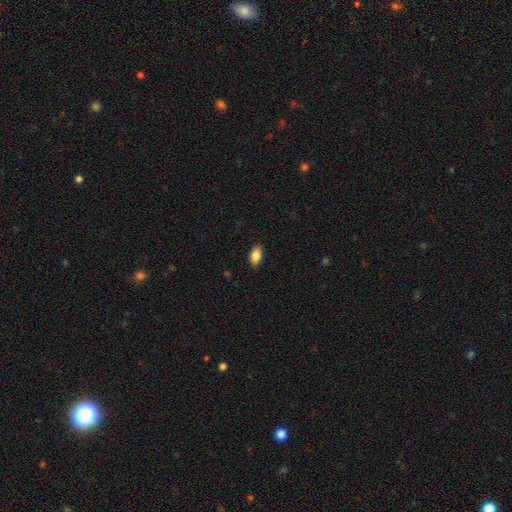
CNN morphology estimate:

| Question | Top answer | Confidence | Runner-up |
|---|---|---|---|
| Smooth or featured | smooth | 84% | featured or disk (9%) |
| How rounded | in between | 91% | cigar-shaped (5%) |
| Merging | none | 88% | minor disturbance (9%) |